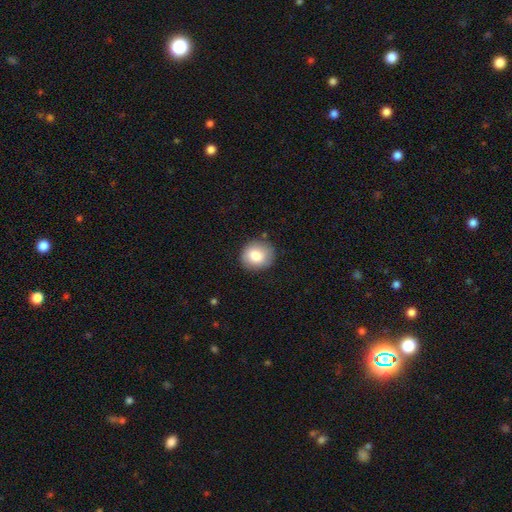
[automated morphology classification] Smooth or featured: smooth — 83% (featured or disk — 9%)
How rounded: round — 85% (in between — 15%)
Merging: none — 84% (minor disturbance — 11%)